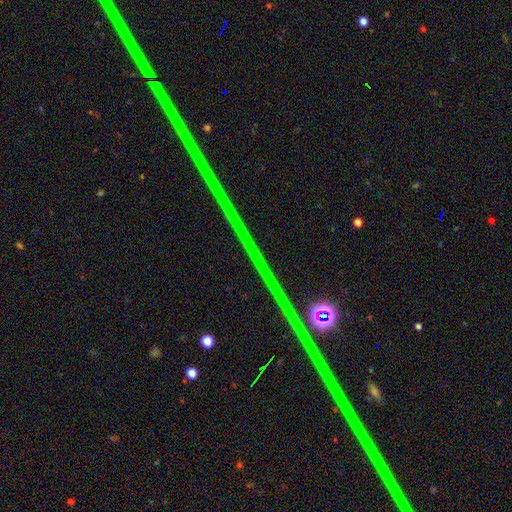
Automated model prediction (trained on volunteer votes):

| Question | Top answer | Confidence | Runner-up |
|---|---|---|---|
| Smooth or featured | star or artifact | 88% | featured or disk (7%) |